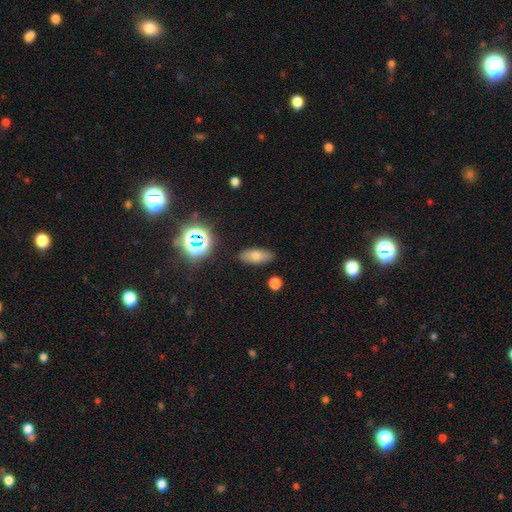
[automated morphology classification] Overall: smooth (73%). How rounded: in between (84%). Merging: none (85%).